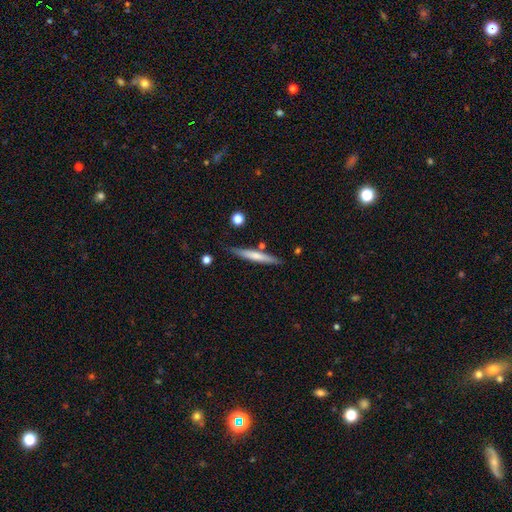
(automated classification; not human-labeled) This appears to be a smooth galaxy with no disk features (59%) that is cigar-shaped (95%). Merging: none (82%).